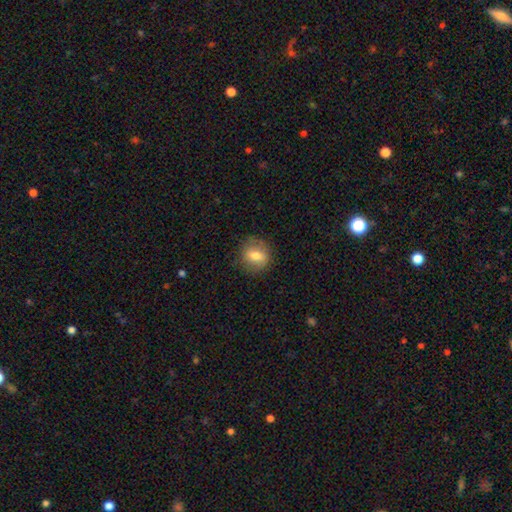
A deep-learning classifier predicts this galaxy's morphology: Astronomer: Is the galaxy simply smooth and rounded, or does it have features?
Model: smooth — 65%.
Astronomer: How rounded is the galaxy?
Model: round — 70%.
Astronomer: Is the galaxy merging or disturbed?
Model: none — 82%.